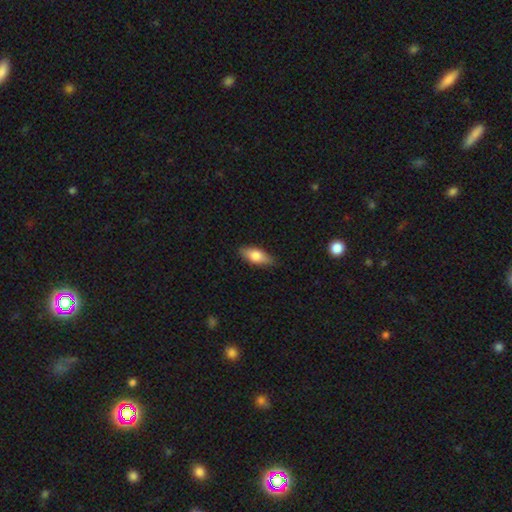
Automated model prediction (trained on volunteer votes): Smooth or featured? Predicted: smooth (p=0.71). How rounded? Predicted: in between (p=0.79). Merging? Predicted: none (p=0.85).